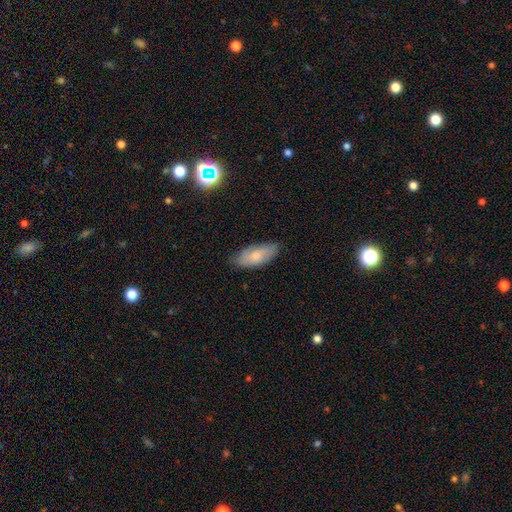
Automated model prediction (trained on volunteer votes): smooth 72%, featured or disk 20%, star or artifact 7%. Down the decision tree: how rounded — in between (83%); merging — none (77%).